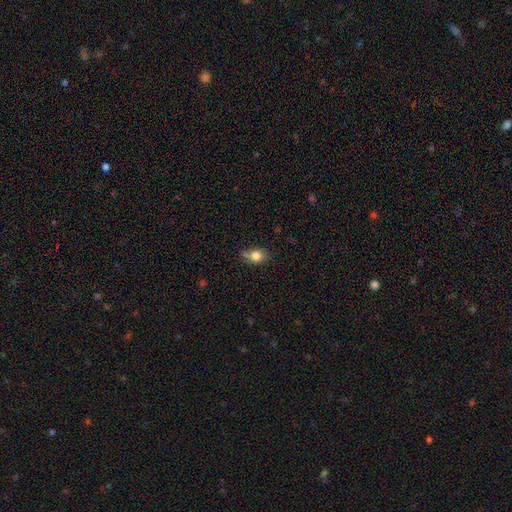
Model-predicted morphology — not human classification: This is likely a smooth galaxy (78%). How rounded: possibly in between (58%). Merging: likely none (61%).